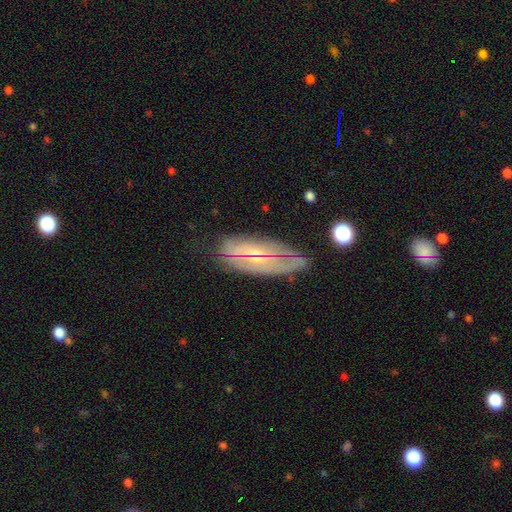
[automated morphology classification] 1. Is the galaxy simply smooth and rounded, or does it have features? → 67% featured or disk, 23% smooth, 11% star or artifact.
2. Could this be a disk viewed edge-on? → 80% no, 20% yes.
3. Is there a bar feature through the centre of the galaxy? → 49% no, 37% weak, 14% strong.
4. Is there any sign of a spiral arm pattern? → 68% yes, 32% no.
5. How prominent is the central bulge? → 64% small, 28% moderate, 5% none, 2% large, 1% dominant.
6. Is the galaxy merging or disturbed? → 62% none, 25% minor disturbance, 10% major disturbance, 3% merger.